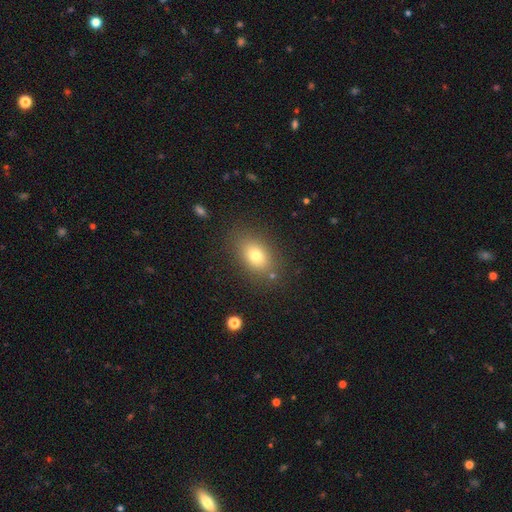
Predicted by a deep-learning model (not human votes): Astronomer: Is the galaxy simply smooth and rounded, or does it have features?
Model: smooth — 75%.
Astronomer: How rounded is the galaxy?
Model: in between — 77%.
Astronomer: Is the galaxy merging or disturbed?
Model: none — 82%.